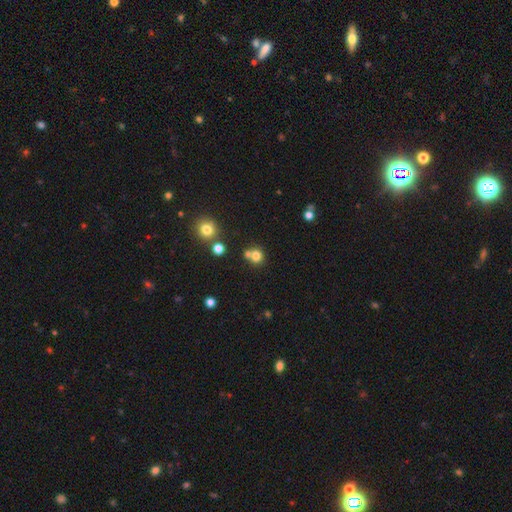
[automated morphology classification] Overall: smooth (76%). How rounded: round (86%). Merging: none (58%; merger 30%).